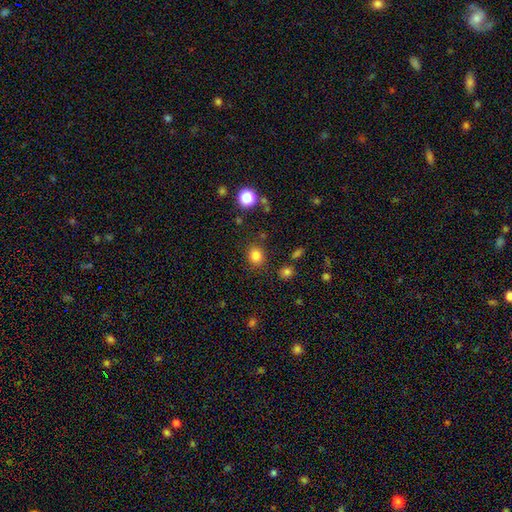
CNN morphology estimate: The model was most divided on "how rounded": round: 73%, in between: 26%, cigar-shaped: 1%. More confident: merging — none (83%); smooth or featured — smooth (82%).